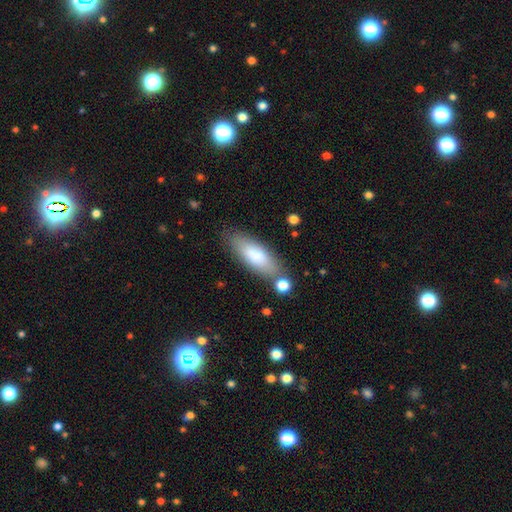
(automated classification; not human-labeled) Smooth or featured? Predicted: smooth (p=0.80). How rounded? Predicted: in between (p=0.65). Merging? Predicted: none (p=0.71).